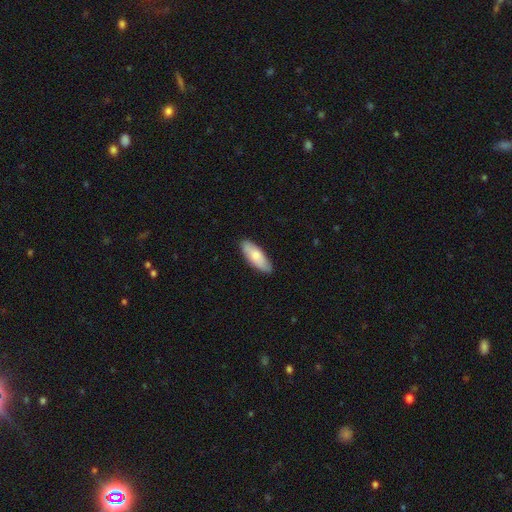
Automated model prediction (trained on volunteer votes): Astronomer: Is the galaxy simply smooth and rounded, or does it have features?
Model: smooth — 76%.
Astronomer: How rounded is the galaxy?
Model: in between — 71%.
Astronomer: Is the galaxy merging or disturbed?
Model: none — 87%.